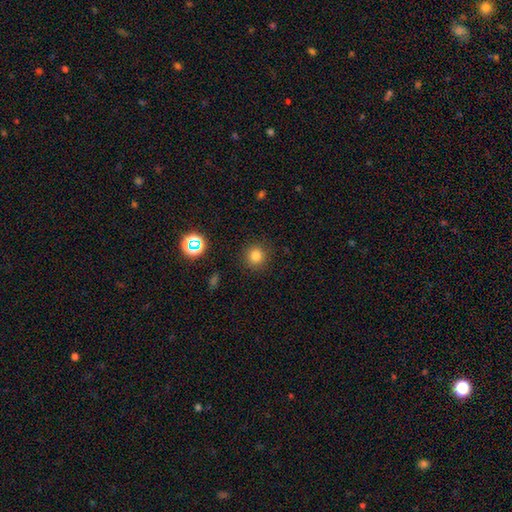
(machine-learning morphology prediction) type=smooth (79%); roundness=round (93%); merging=none (89%).